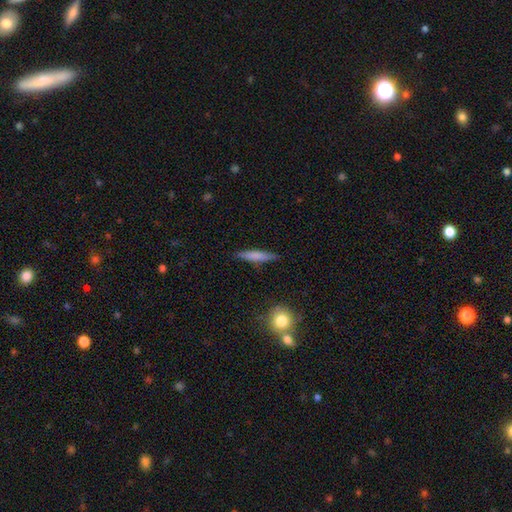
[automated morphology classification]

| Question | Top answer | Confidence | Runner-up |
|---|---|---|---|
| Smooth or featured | smooth | 71% | featured or disk (23%) |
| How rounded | cigar-shaped | 88% | in between (10%) |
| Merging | none | 86% | minor disturbance (10%) |